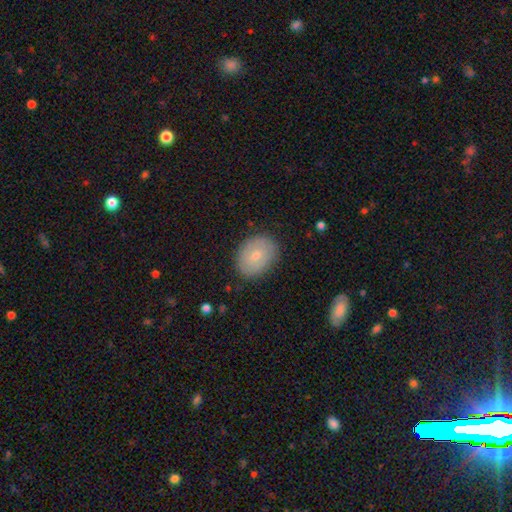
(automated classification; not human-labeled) Smooth or featured?
  - smooth: 69% *
  - featured or disk: 23%
  - star or artifact: 7%
How rounded?
  - in between: 62% *
  - round: 37%
  - cigar-shaped: 1%
Merging?
  - none: 85% *
  - minor disturbance: 12%
  - major disturbance: 3%
  - merger: 1%